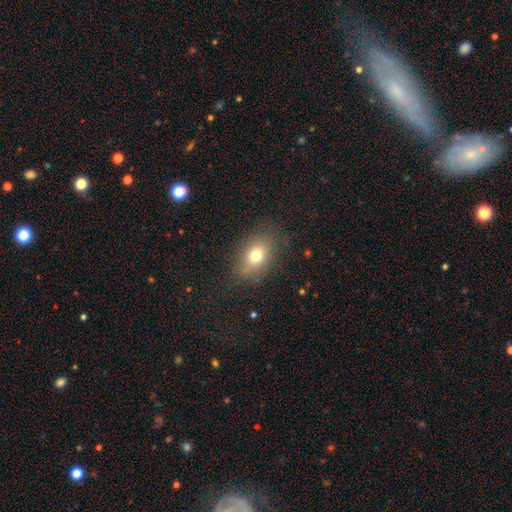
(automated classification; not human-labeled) Morphology: type=smooth (74%); roundness=in between (77%); merging=none (78%).